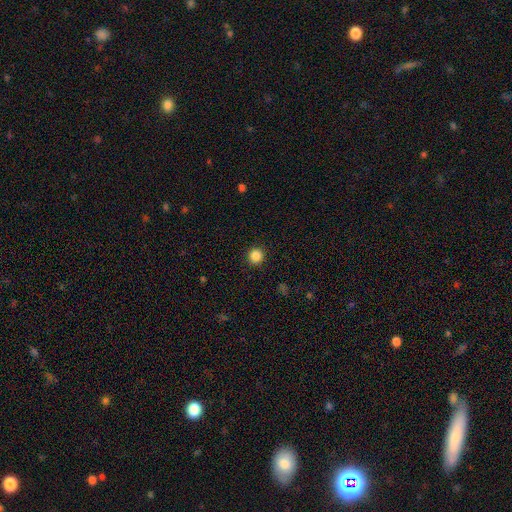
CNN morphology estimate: smooth-or-featured: smooth: 86% | star or artifact: 11% | featured or disk: 3%
  how-rounded: round: 94% | in between: 5% | cigar-shaped: 1%
  merging: none: 92% | minor disturbance: 5% | major disturbance: 2% | merger: 1%